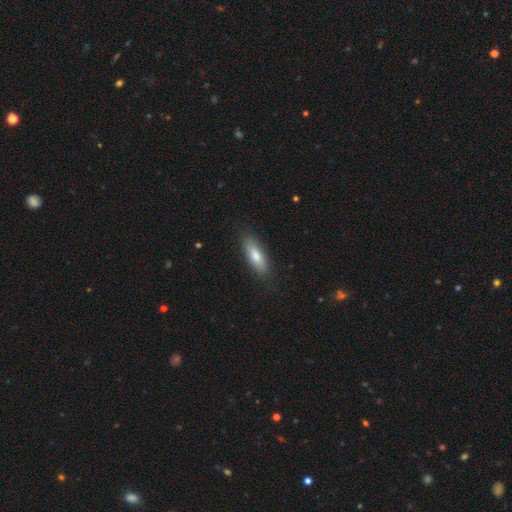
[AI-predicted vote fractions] A smooth galaxy with no disk features (74%) that is in between round and cigar-shaped (53%).

Vote fractions:
- Smooth or featured? smooth: 74% / featured or disk: 20% / star or artifact: 6%
- How rounded? in between: 53% / cigar-shaped: 45% / round: 2%
- Merging? none: 86% / minor disturbance: 11% / major disturbance: 2% / merger: 1%